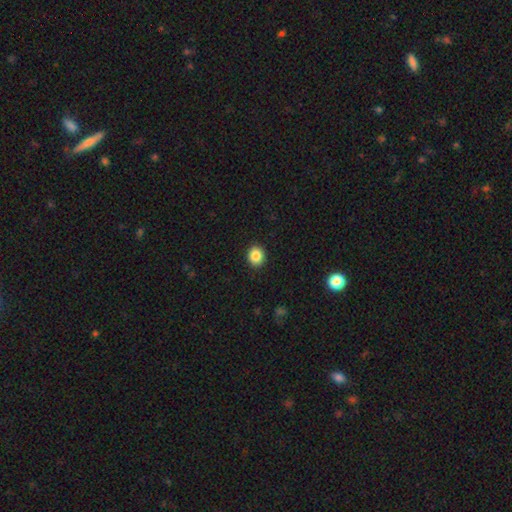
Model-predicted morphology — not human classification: A smooth galaxy with no disk features (87%) that is round (73%).

Vote fractions:
- Smooth or featured? smooth: 87% / star or artifact: 9% / featured or disk: 4%
- How rounded? round: 73% / in between: 26% / cigar-shaped: 1%
- Merging? none: 92% / minor disturbance: 6% / major disturbance: 2% / merger: 1%